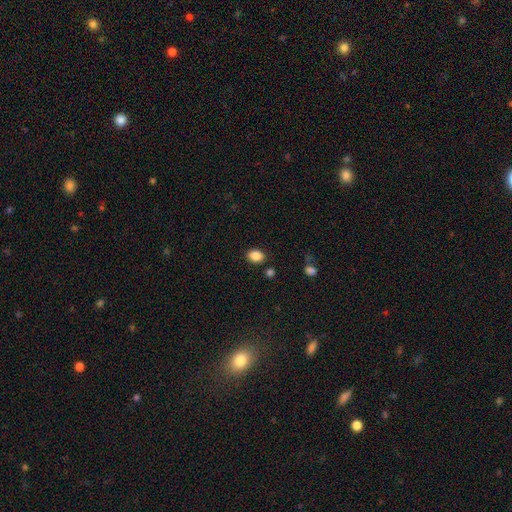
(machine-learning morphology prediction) smooth-or-featured: smooth: 87% | star or artifact: 9% | featured or disk: 4%
  how-rounded: in between: 70% | round: 29% | cigar-shaped: 1%
  merging: none: 84% | minor disturbance: 10% | merger: 3% | major disturbance: 3%